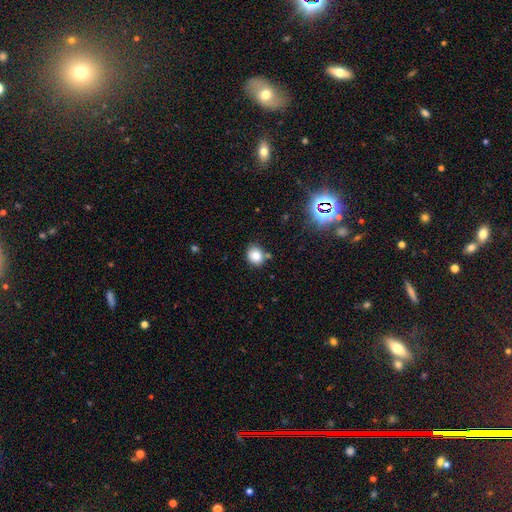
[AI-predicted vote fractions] smooth_or_featured: smooth (p=0.82) [alt: star or artifact p=0.12]
how_rounded: round (p=0.67) [alt: in between p=0.32]
merging: none (p=0.73) [alt: minor disturbance p=0.15]